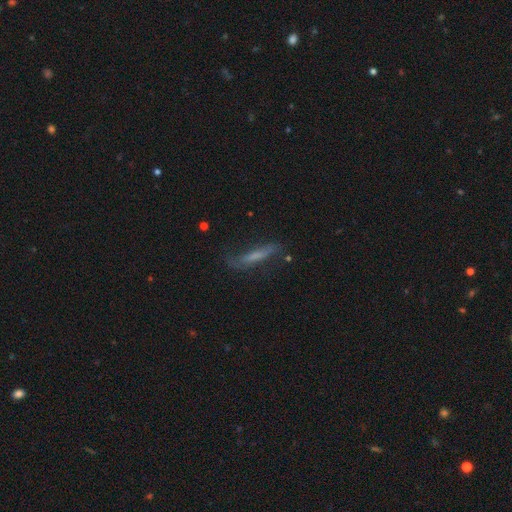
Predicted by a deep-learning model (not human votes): Smooth or featured?
  - smooth: 46% *
  - featured or disk: 43%
  - star or artifact: 11%
Merging?
  - none: 62% *
  - minor disturbance: 24%
  - major disturbance: 11%
  - merger: 3%